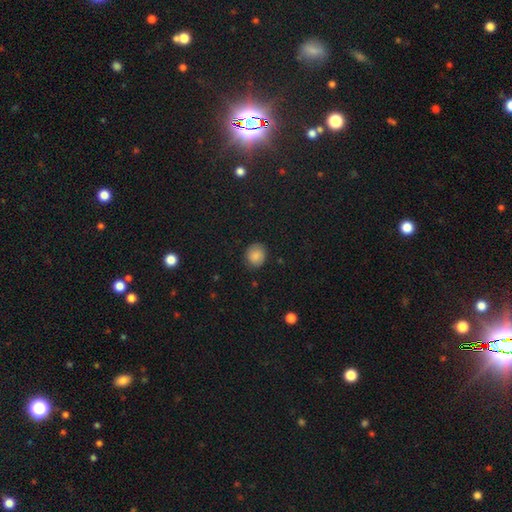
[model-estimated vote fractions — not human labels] Morphology: type=smooth (82%); roundness=round (74%); merging=none (82%).